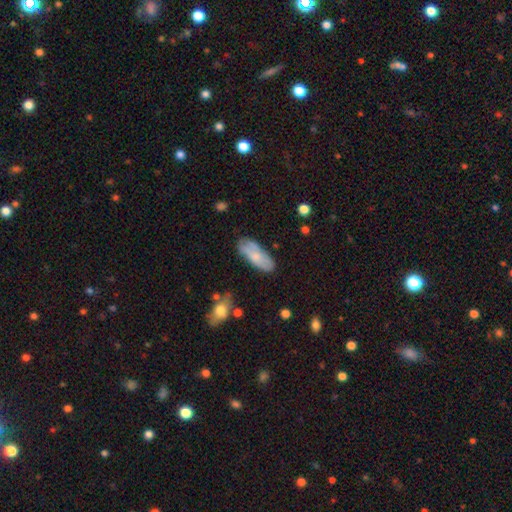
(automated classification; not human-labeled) A smooth galaxy with no disk features (69%) that is in between round and cigar-shaped (80%).

Vote fractions:
- Smooth or featured? smooth: 69% / featured or disk: 25% / star or artifact: 6%
- How rounded? in between: 80% / cigar-shaped: 18% / round: 2%
- Merging? none: 68% / minor disturbance: 23% / major disturbance: 6% / merger: 4%